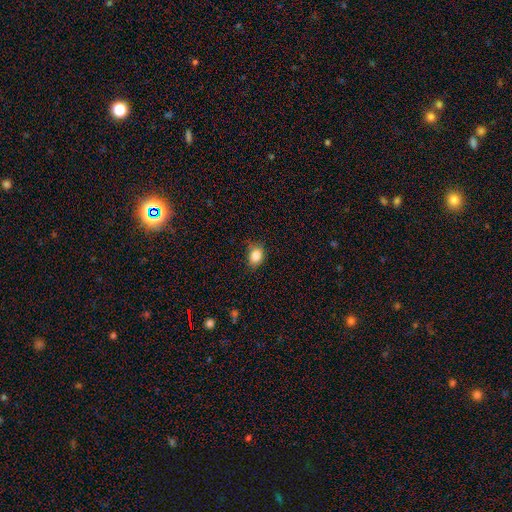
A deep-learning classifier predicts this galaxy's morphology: A smooth galaxy with no disk features (84%) that is in between round and cigar-shaped (58%). Merging: none (73%).